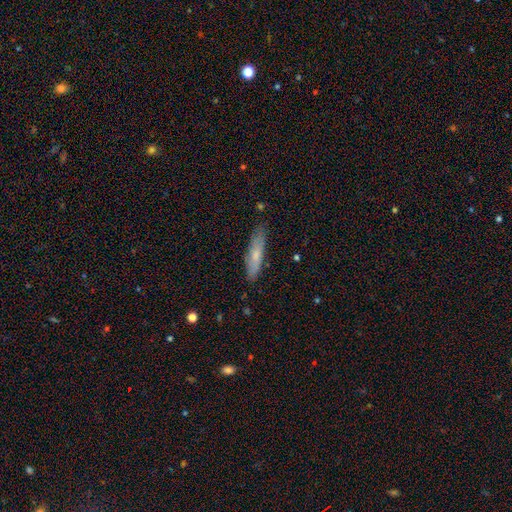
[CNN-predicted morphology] Smooth or featured?
  - smooth: 66% *
  - featured or disk: 28%
  - star or artifact: 6%
How rounded?
  - cigar-shaped: 77% *
  - in between: 22%
  - round: 2%
Merging?
  - none: 82% *
  - minor disturbance: 14%
  - major disturbance: 2%
  - merger: 1%